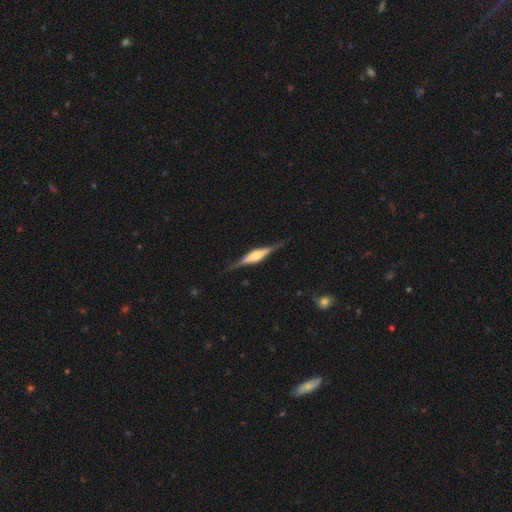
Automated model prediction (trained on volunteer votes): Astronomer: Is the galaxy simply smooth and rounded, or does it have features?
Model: featured or disk — 76%.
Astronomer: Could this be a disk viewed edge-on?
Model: yes — 97%.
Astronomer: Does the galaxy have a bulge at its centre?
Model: rounded — 64%.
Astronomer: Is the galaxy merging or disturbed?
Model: none — 85%.